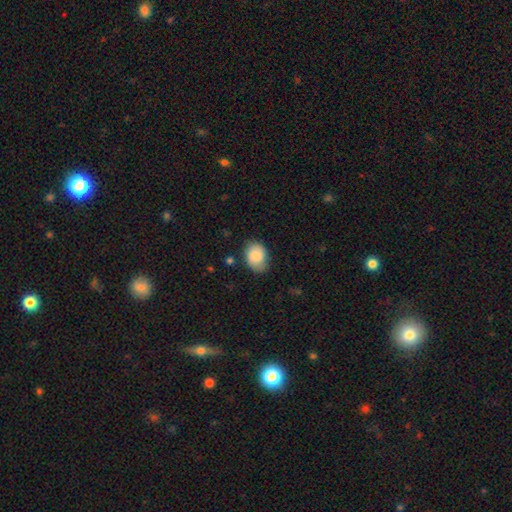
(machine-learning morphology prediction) Overall: smooth (85%). How rounded: in between (71%). Merging: none (71%).